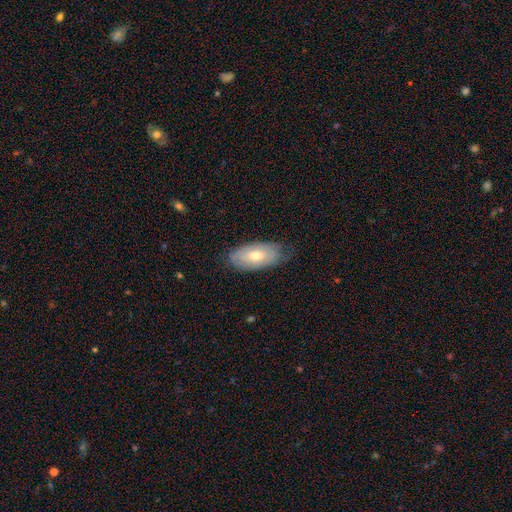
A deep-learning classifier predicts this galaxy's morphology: A smooth galaxy with no disk features (59%) that is in between round and cigar-shaped (92%). Merging: none (69%).